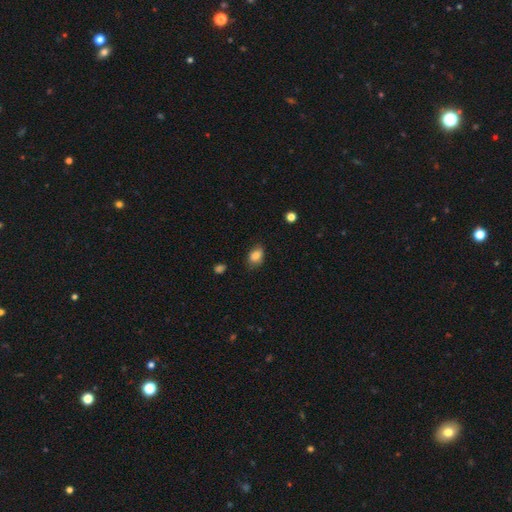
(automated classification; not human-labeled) This is clearly a smooth galaxy (83%). How rounded: likely in between (78%). Merging: likely none (71%).